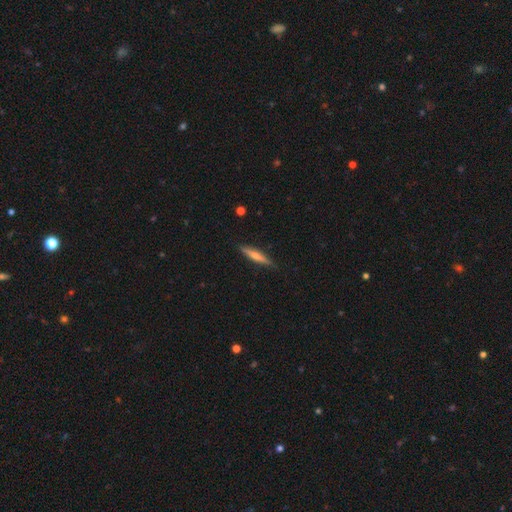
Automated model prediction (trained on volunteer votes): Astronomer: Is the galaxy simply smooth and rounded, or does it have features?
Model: featured or disk — 49% (runner-up: smooth, 45%).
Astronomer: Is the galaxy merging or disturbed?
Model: none — 88%.